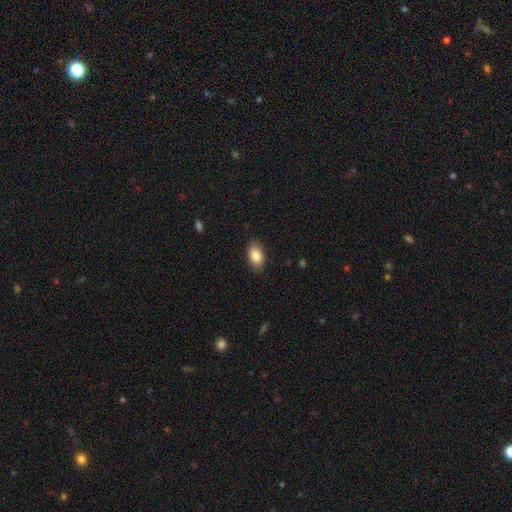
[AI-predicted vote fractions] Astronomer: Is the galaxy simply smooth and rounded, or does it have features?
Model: smooth — 85%.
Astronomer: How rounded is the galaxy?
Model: in between — 90%.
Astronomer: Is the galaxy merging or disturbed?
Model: none — 86%.